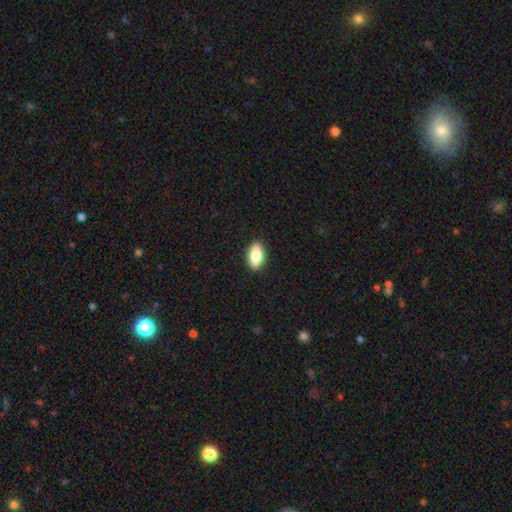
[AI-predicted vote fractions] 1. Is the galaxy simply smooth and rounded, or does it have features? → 81% smooth, 12% featured or disk, 7% star or artifact.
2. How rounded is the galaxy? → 90% in between, 5% cigar-shaped, 5% round.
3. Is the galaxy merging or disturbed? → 90% none, 8% minor disturbance, 2% major disturbance, 1% merger.